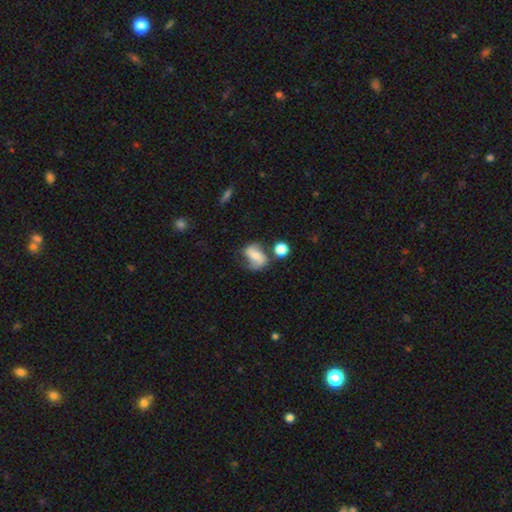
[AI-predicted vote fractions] A featured or disk galaxy (46%). Merging: none (50%).